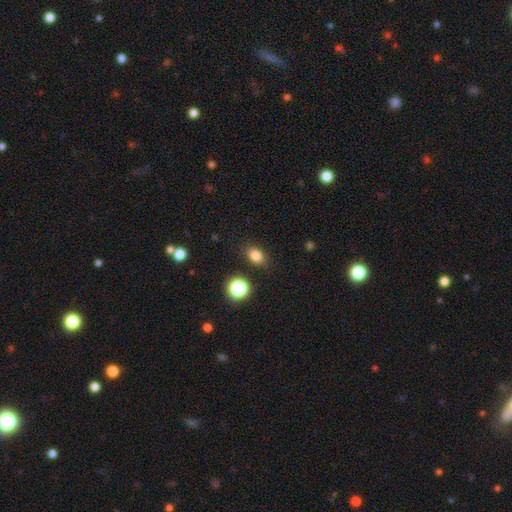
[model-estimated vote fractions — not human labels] Q: Smooth or featured?
A: smooth (81%); runner-up: star or artifact (13%)
Q: How rounded?
A: in between (75%); runner-up: round (23%)
Q: Merging?
A: none (85%); runner-up: minor disturbance (9%)